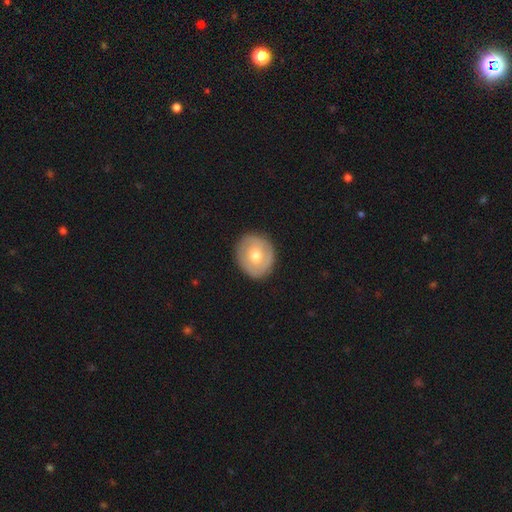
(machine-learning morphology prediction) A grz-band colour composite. It shows a smooth galaxy with no disk features (49%). Merging: none (86%).